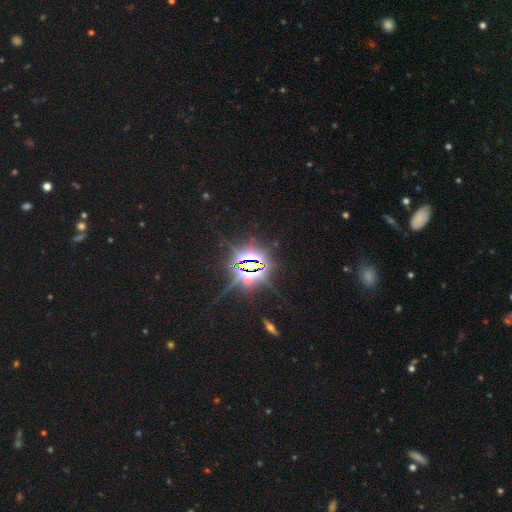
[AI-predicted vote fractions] Smooth or featured?
  - star or artifact: 85% *
  - smooth: 8%
  - featured or disk: 8%